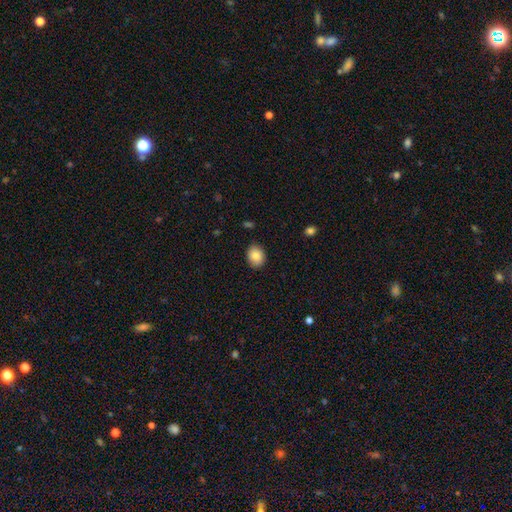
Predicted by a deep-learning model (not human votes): Smooth or featured? smooth (85%)
How rounded? in between (53%)
Merging? none (87%)